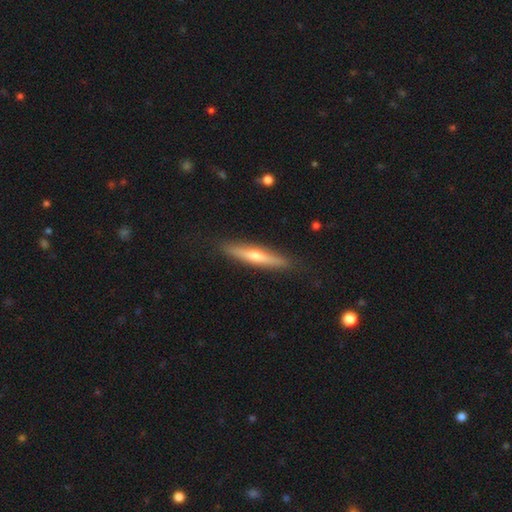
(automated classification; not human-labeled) A featured or disk galaxy (59%) viewed edge-on (93%) with a rounded central bulge (84%).

Vote fractions:
- Smooth or featured? featured or disk: 59% / smooth: 35% / star or artifact: 6%
- Edge-on disk? yes: 93% / no: 7%
- Edge-on bulge? rounded: 84% / none: 13% / boxy: 3%
- Merging? none: 87% / minor disturbance: 10% / major disturbance: 2% / merger: 1%